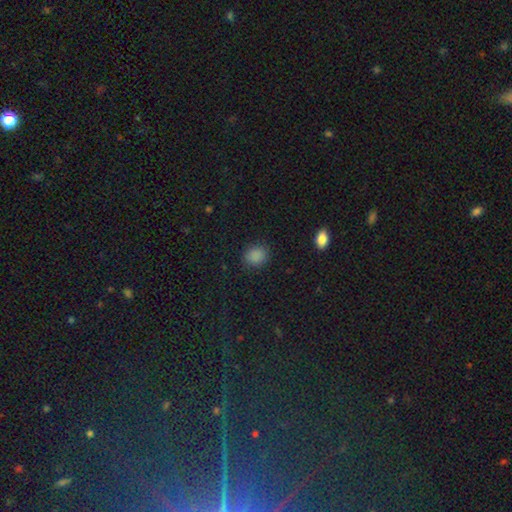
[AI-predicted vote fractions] Smooth or featured? smooth (86%)
How rounded? round (67%)
Merging? none (87%)